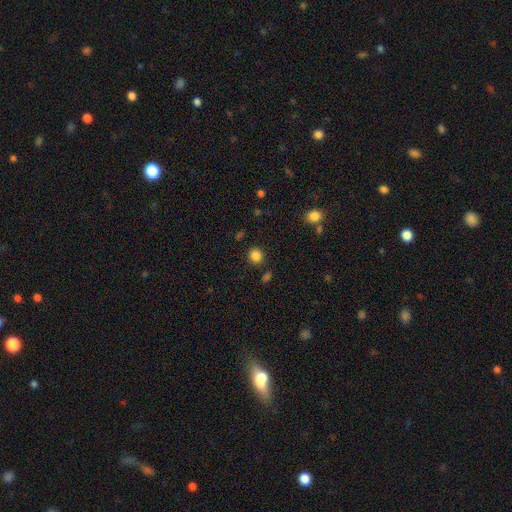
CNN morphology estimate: A smooth galaxy with no disk features (85%) that is round (86%). Merging: none (86%).